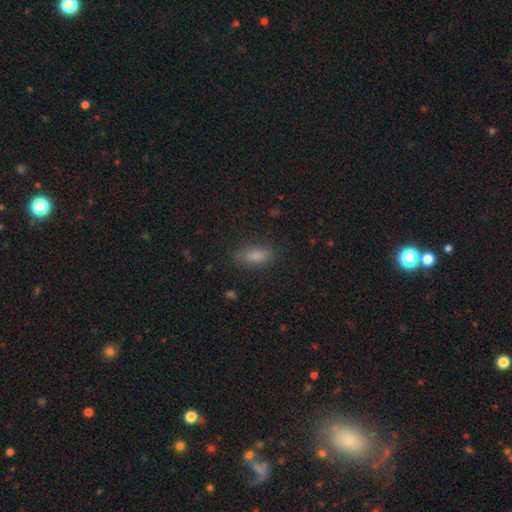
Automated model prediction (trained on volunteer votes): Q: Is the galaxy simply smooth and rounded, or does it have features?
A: smooth — 77%.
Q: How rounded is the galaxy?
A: in between — 77%.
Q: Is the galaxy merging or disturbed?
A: none — 84%.